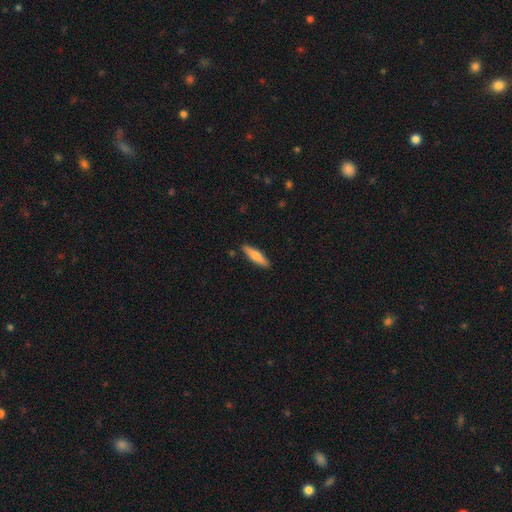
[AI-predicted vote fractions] Smooth or featured: smooth — 71% (featured or disk — 24%)
How rounded: cigar-shaped — 76% (in between — 23%)
Merging: none — 88% (minor disturbance — 9%)